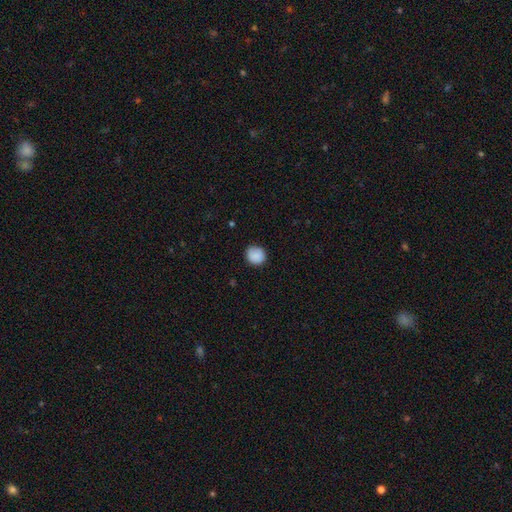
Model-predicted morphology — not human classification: Overall: smooth (88%). How rounded: round (89%). Merging: none (87%).